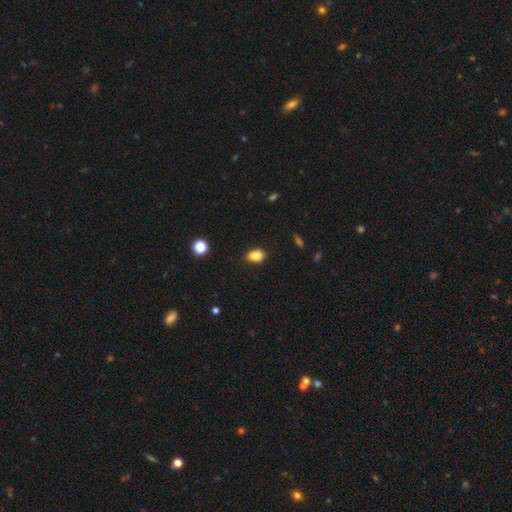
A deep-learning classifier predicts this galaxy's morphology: A smooth galaxy with no disk features (84%) that is in between round and cigar-shaped (72%).

Vote fractions:
- Smooth or featured? smooth: 84% / star or artifact: 10% / featured or disk: 6%
- How rounded? in between: 72% / round: 27% / cigar-shaped: 1%
- Merging? none: 73% / minor disturbance: 22% / major disturbance: 3% / merger: 2%